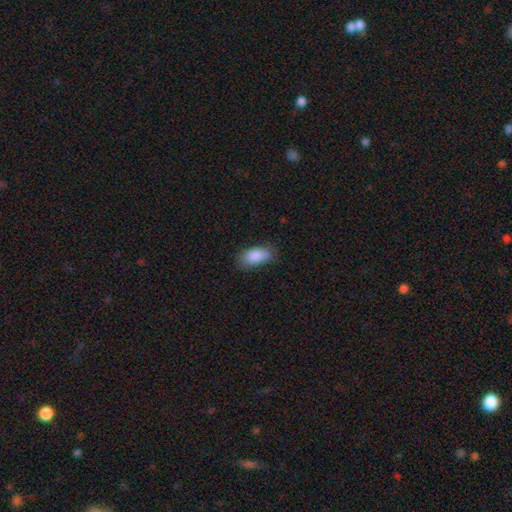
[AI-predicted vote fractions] This appears to be a smooth galaxy with no disk features (88%) that is in between round and cigar-shaped (92%). Merging: none (78%).